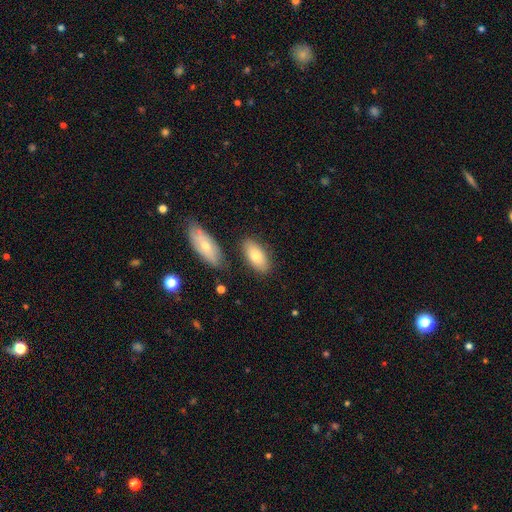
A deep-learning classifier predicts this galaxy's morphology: Overall: smooth (77%). How rounded: in between (90%). Merging: none (77%).